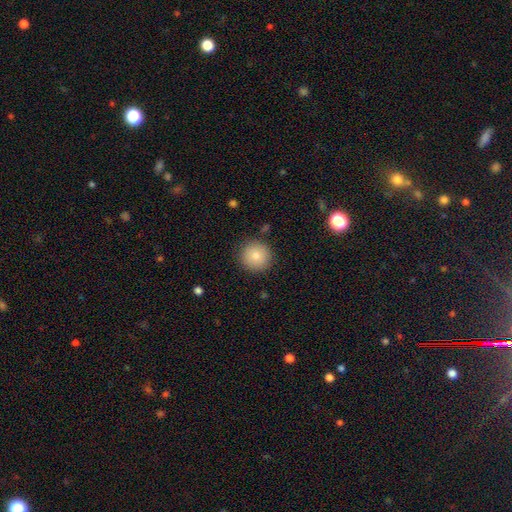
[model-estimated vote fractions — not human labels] Smooth or featured?
  - smooth: 84% *
  - star or artifact: 9%
  - featured or disk: 8%
How rounded?
  - round: 94% *
  - in between: 5%
  - cigar-shaped: 1%
Merging?
  - none: 89% *
  - minor disturbance: 7%
  - major disturbance: 2%
  - merger: 1%